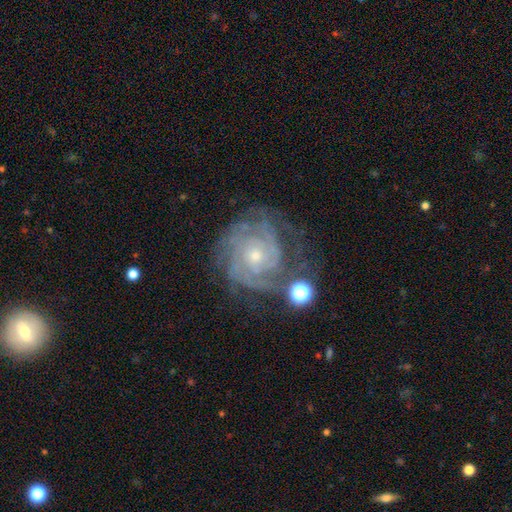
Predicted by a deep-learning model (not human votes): Smooth or featured? featured or disk (87%)
Edge-on disk? no (97%)
Bar? no (78%)
Spiral arms? yes (97%)
Spiral winding? tight (75%)
Spiral arm count? can't tell (26%)
Bulge size? small (65%)
Merging? none (64%)